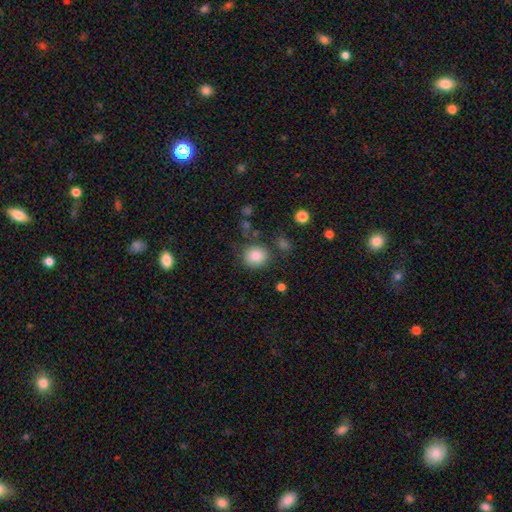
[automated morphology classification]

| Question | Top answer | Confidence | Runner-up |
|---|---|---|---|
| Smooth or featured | smooth | 85% | star or artifact (9%) |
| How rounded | round | 78% | in between (21%) |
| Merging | none | 77% | minor disturbance (13%) |